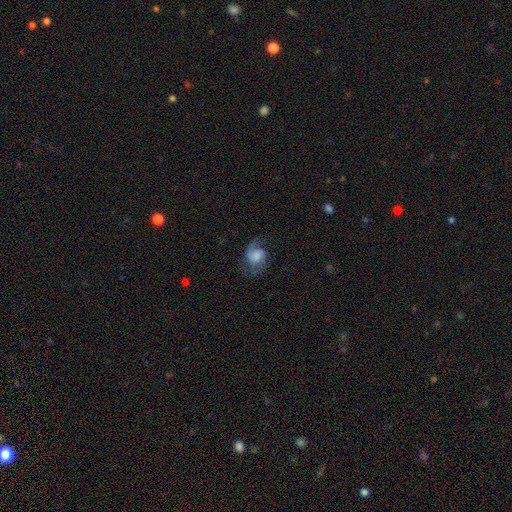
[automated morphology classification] The model was most divided on "spiral winding": loose: 44%, medium: 42%, tight: 14%. Remaining: edge-on disk — no (97%); spiral arms — yes (91%); spiral arm count — 2 (77%); bar — no (66%); smooth or featured — featured or disk (60%); merging — none (59%); bulge size — large (29%).